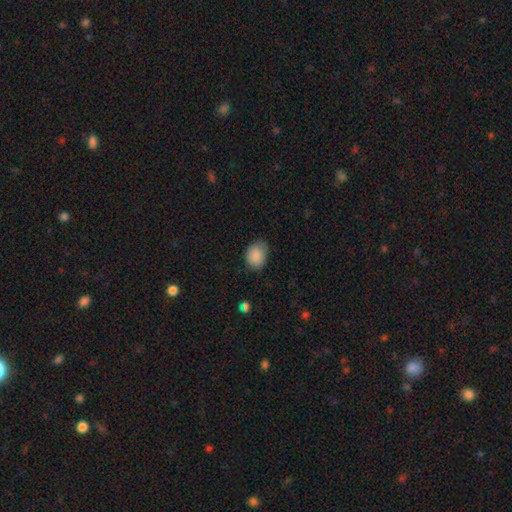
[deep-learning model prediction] The model was most divided on "how rounded": in between: 60%, round: 40%, cigar-shaped: 1%. More confident: smooth or featured — smooth (86%); merging — none (68%).